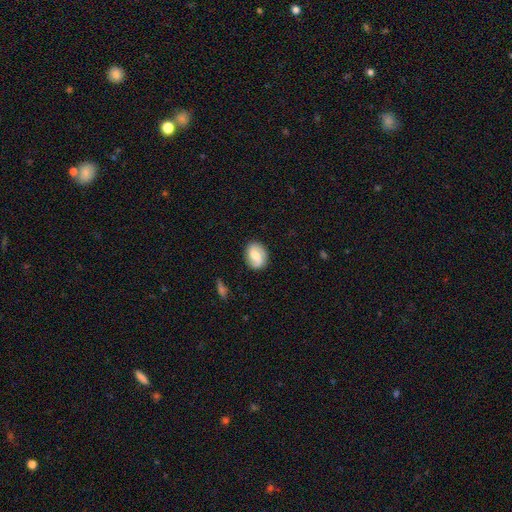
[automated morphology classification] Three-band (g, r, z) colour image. It shows a featured or disk galaxy (47%). Merging: none (82%).